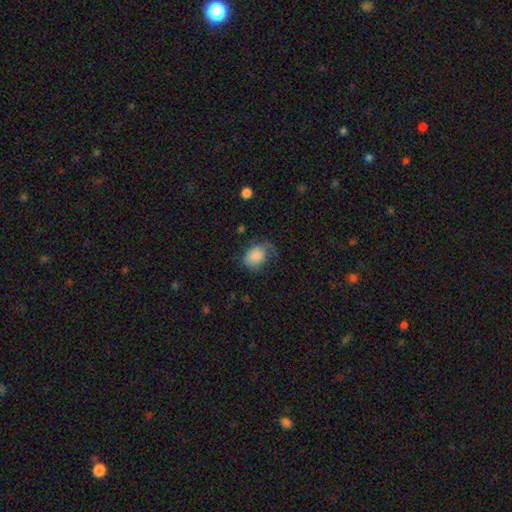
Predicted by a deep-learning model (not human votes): A smooth galaxy with no disk features (78%) that is in between round and cigar-shaped (63%).

Vote fractions:
- Smooth or featured? smooth: 78% / featured or disk: 14% / star or artifact: 8%
- How rounded? in between: 63% / round: 36% / cigar-shaped: 1%
- Merging? none: 42% / minor disturbance: 30% / major disturbance: 26% / merger: 2%